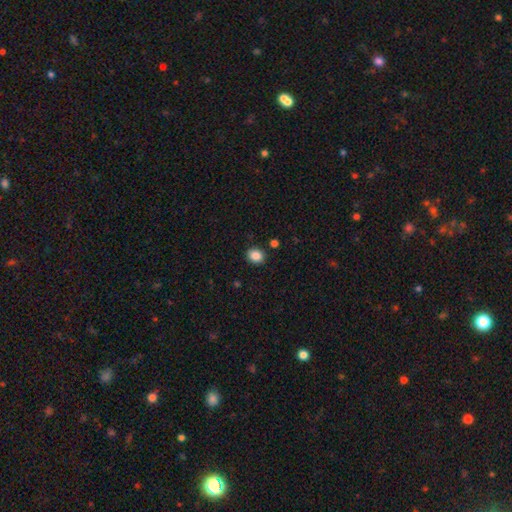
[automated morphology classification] smooth-or-featured: smooth: 86% | star or artifact: 10% | featured or disk: 4%
  how-rounded: round: 66% | in between: 33% | cigar-shaped: 1%
  merging: none: 88% | minor disturbance: 7% | merger: 2% | major disturbance: 2%